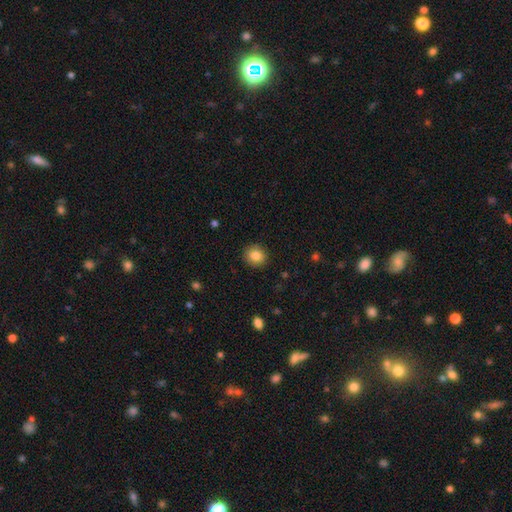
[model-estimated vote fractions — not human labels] A smooth galaxy with no disk features (84%) that is round (82%). Merging: none (90%).